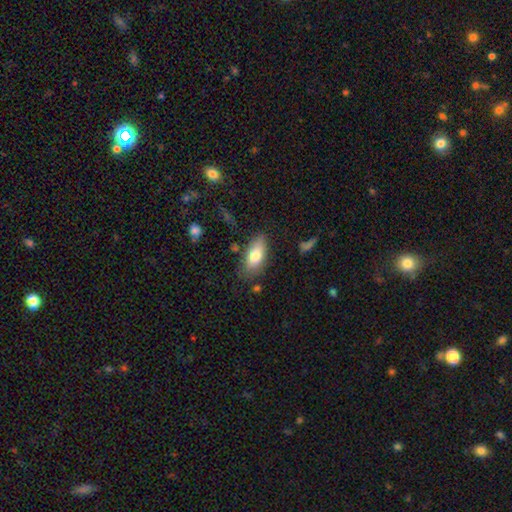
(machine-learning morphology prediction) smooth-or-featured: smooth: 77% | featured or disk: 16% | star or artifact: 7%
  how-rounded: in between: 86% | cigar-shaped: 11% | round: 3%
  merging: none: 76% | minor disturbance: 17% | major disturbance: 4% | merger: 3%